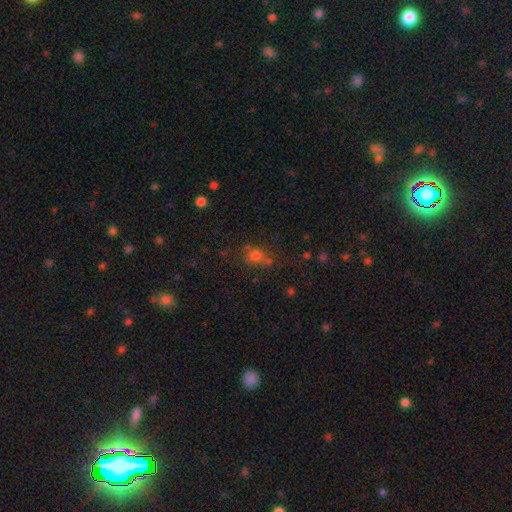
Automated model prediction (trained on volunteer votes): This appears to be a smooth galaxy with no disk features (71%) that is round (69%). Merging: none (59%).